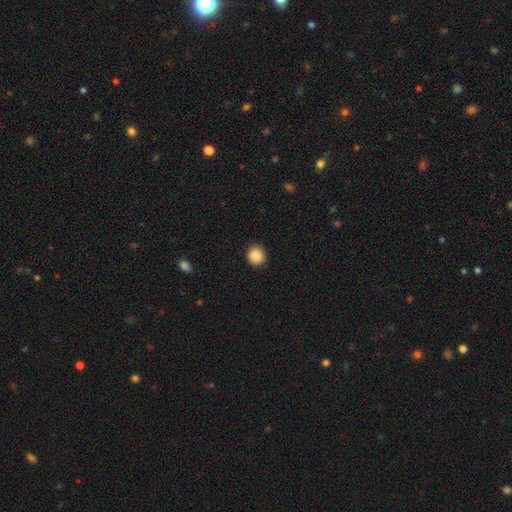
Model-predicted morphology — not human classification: Smooth or featured? smooth (88%)
How rounded? round (90%)
Merging? none (90%)